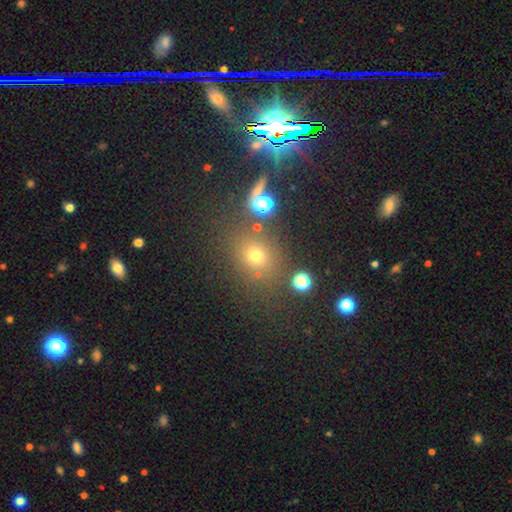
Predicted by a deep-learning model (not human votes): The model was most divided on "smooth or featured": smooth: 60%, star or artifact: 29%, featured or disk: 10%. More confident: merging — none (76%); how rounded — round (70%).